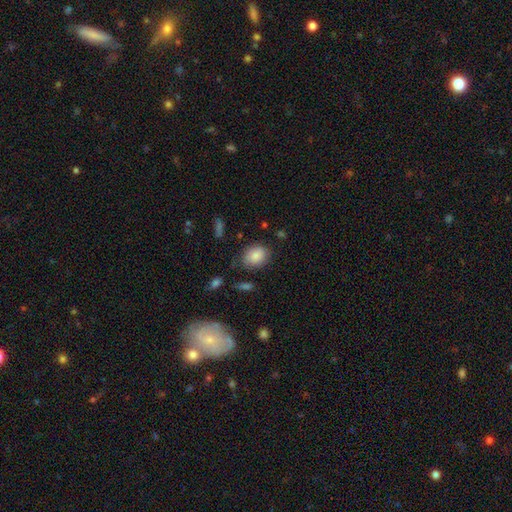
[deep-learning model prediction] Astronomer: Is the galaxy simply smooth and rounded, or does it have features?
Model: smooth — 84%.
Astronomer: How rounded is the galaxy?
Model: in between — 55% (runner-up: round, 44%).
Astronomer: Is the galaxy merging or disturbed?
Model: none — 74%.